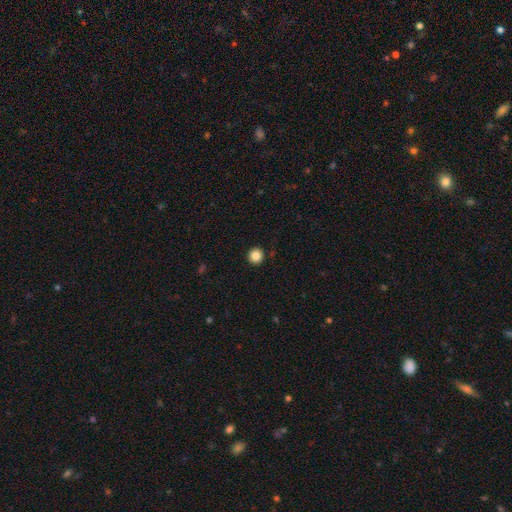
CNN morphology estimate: A smooth galaxy with no disk features (85%) that is round (95%).

Vote fractions:
- Smooth or featured? smooth: 85% / star or artifact: 11% / featured or disk: 4%
- How rounded? round: 95% / in between: 4% / cigar-shaped: 1%
- Merging? none: 92% / minor disturbance: 5% / major disturbance: 2% / merger: 1%